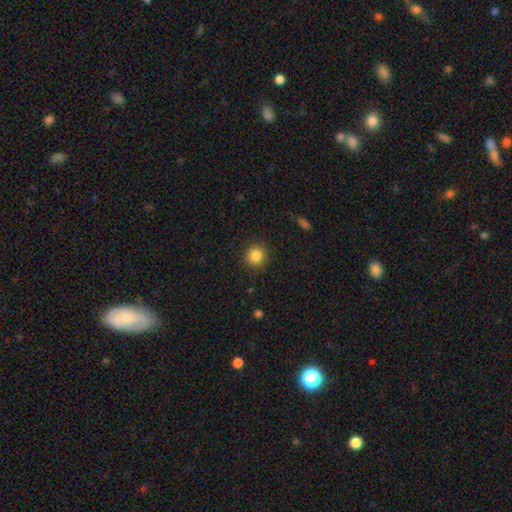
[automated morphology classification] smooth 85%, star or artifact 11%, featured or disk 5%. Down the decision tree: how rounded — round (92%); merging — none (90%).